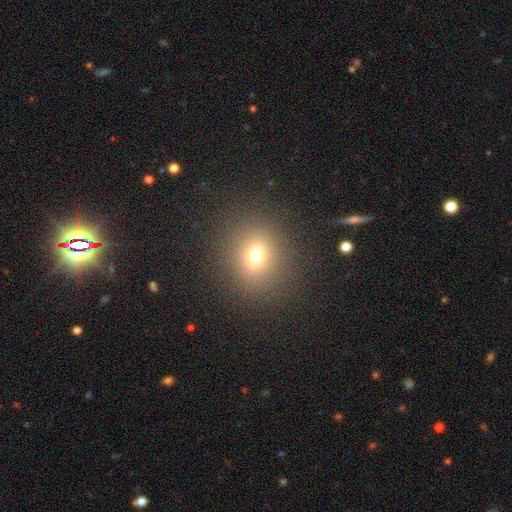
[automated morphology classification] Smooth or featured? smooth (69%)
How rounded? round (77%)
Merging? none (88%)